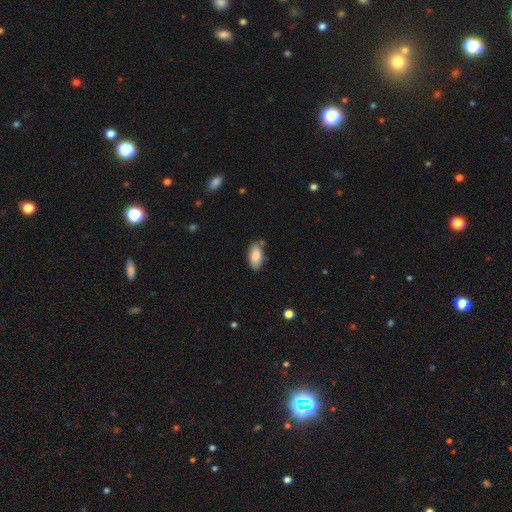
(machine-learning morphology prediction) Smooth or featured? smooth (85%)
How rounded? in between (93%)
Merging? none (73%)